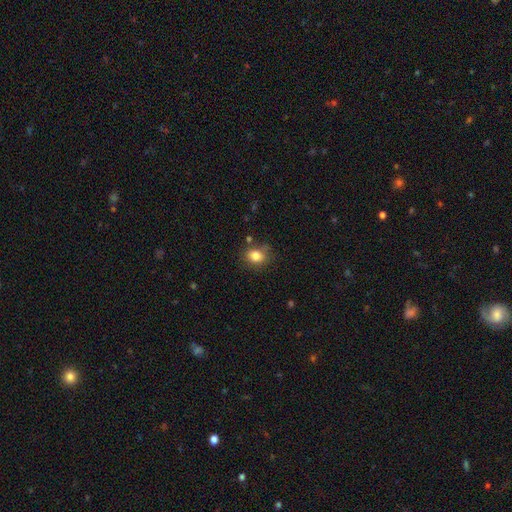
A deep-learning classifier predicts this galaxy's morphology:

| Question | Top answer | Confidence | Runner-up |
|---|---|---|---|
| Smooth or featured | smooth | 82% | star or artifact (10%) |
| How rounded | round | 58% | in between (41%) |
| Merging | none | 73% | minor disturbance (18%) |